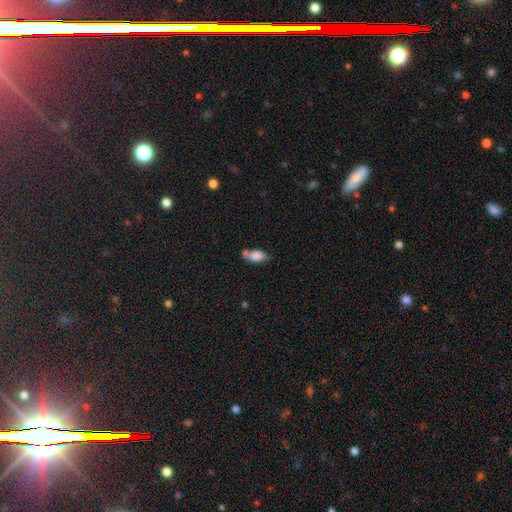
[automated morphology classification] smooth-or-featured: smooth: 77% | featured or disk: 15% | star or artifact: 8%
  how-rounded: in between: 82% | cigar-shaped: 14% | round: 4%
  merging: none: 47% | merger: 23% | minor disturbance: 23% | major disturbance: 7%